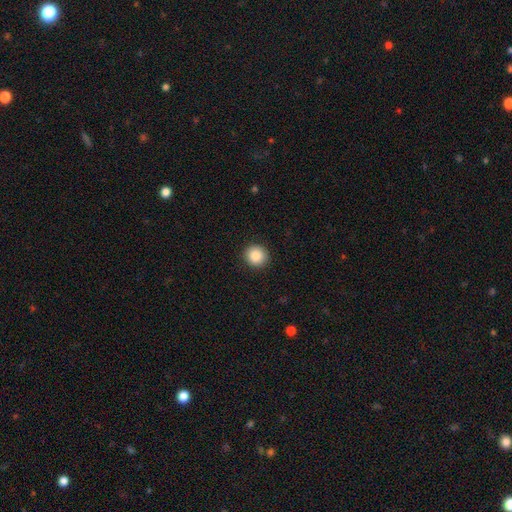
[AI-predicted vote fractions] Smooth or featured? smooth (88%)
How rounded? round (90%)
Merging? none (91%)